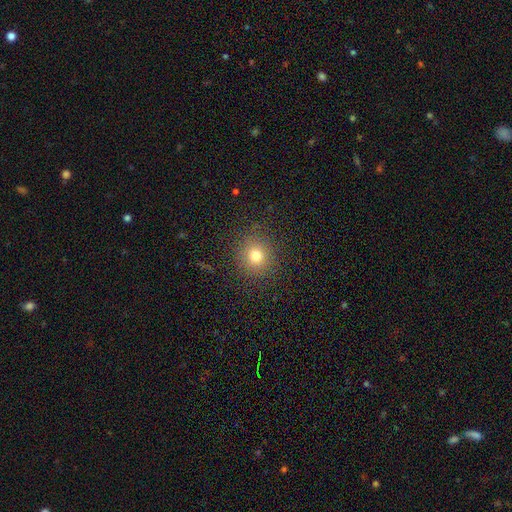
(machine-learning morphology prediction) A smooth galaxy with no disk features (76%) that is round (87%).

Vote fractions:
- Smooth or featured? smooth: 76% / star or artifact: 16% / featured or disk: 8%
- How rounded? round: 87% / in between: 12% / cigar-shaped: 1%
- Merging? none: 88% / minor disturbance: 8% / major disturbance: 3% / merger: 1%